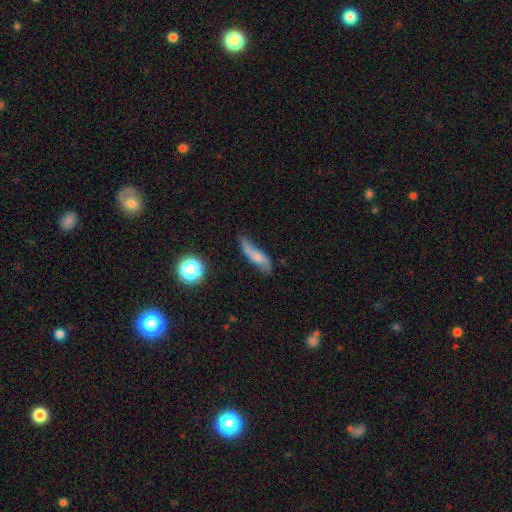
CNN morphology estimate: Overall: smooth (53%; featured or disk 36%). How rounded: cigar-shaped (59%; in between 35%). Merging: none (47%; minor disturbance 32%).